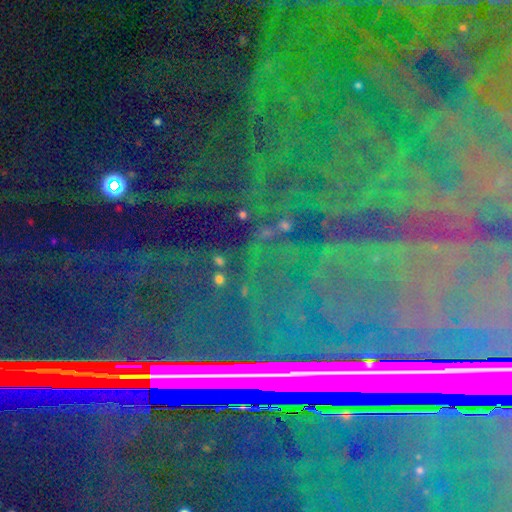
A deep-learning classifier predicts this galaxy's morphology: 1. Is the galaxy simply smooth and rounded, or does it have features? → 76% star or artifact, 13% smooth, 11% featured or disk.